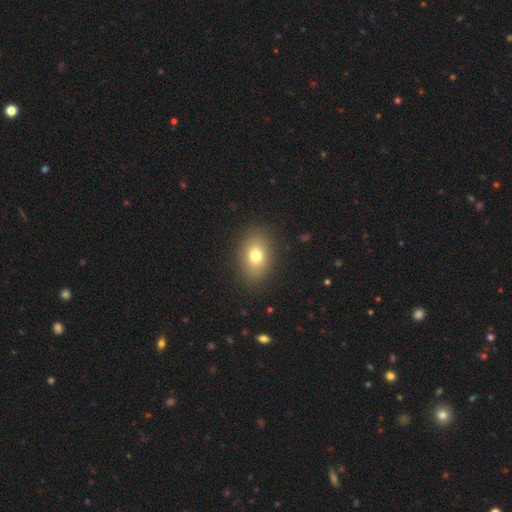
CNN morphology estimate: smooth 75%, featured or disk 13%, star or artifact 12%. Down the decision tree: how rounded — in between (75%); merging — none (87%).